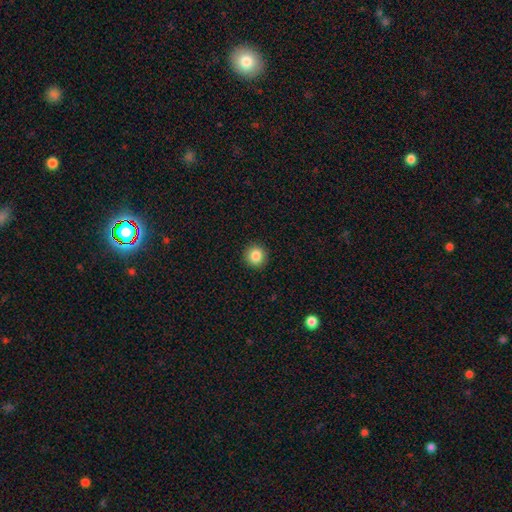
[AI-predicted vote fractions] Morphology: type=smooth (86%); roundness=round (93%); merging=none (92%).